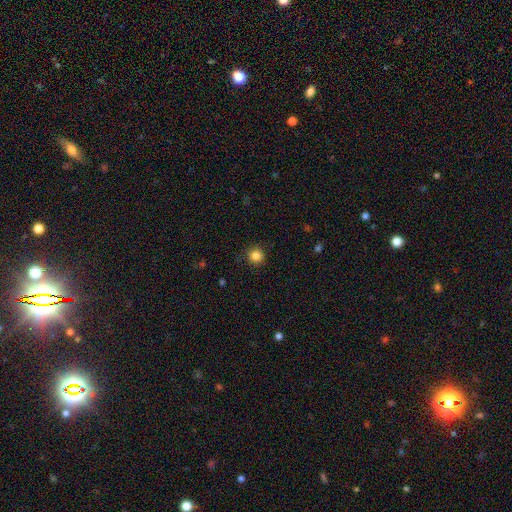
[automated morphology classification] type=smooth (84%); roundness=round (93%); merging=none (88%).